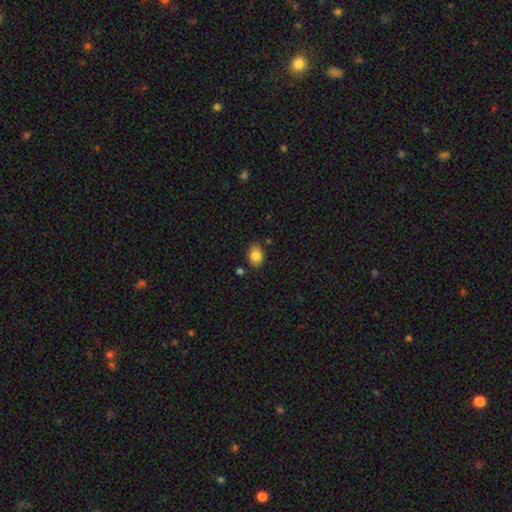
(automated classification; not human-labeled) Smooth or featured?
  - smooth: 83% *
  - star or artifact: 8%
  - featured or disk: 8%
How rounded?
  - in between: 74% *
  - round: 25%
  - cigar-shaped: 1%
Merging?
  - none: 82% *
  - minor disturbance: 12%
  - merger: 4%
  - major disturbance: 2%